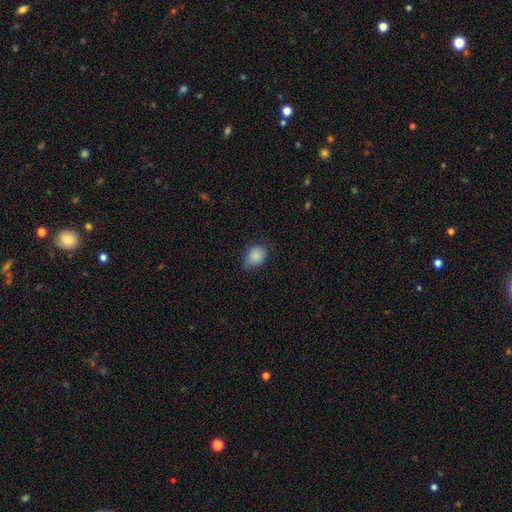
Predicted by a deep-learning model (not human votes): smooth-or-featured: smooth: 86% | star or artifact: 8% | featured or disk: 6%
  how-rounded: in between: 65% | round: 34% | cigar-shaped: 1%
  merging: none: 62% | minor disturbance: 31% | major disturbance: 6% | merger: 1%